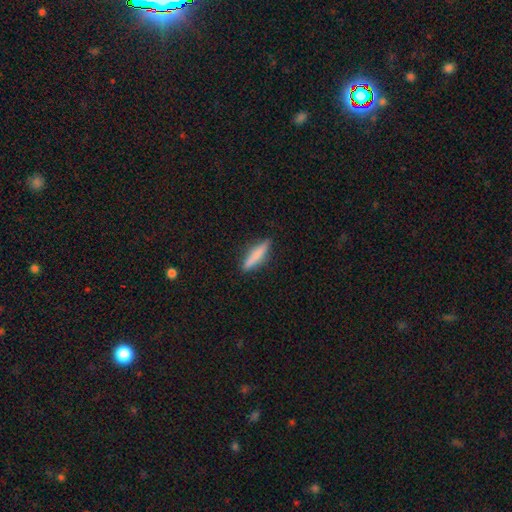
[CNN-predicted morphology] Smooth or featured? smooth (75%)
How rounded? cigar-shaped (85%)
Merging? none (88%)